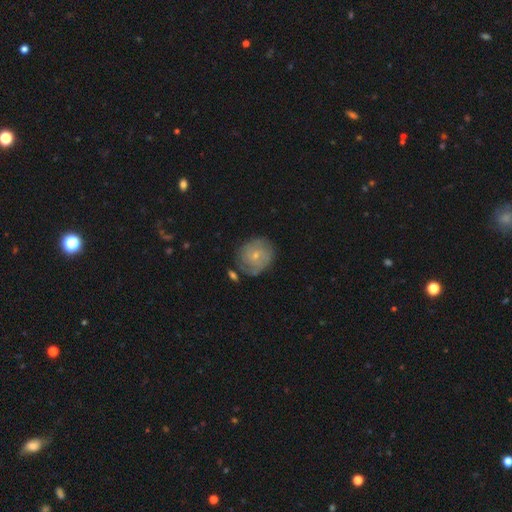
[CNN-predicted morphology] Smooth or featured? Predicted: featured or disk (p=0.47). Merging? Predicted: none (p=0.68).